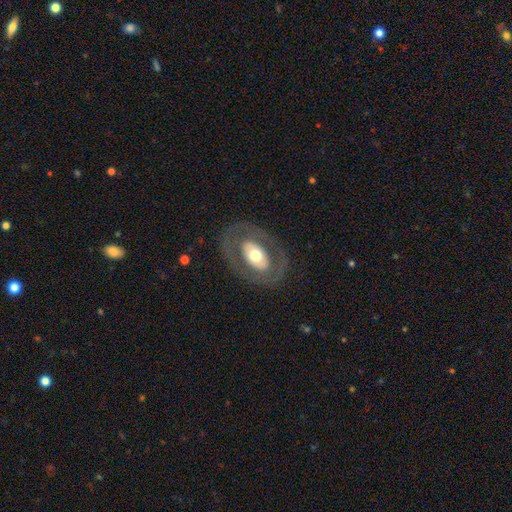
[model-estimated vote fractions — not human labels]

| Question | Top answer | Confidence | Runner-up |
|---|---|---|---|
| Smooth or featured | featured or disk | 68% | smooth (25%) |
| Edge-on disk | no | 92% | yes (8%) |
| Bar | no | 58% | weak (24%) |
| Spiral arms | no | 68% | yes (32%) |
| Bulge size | moderate | 62% | large (20%) |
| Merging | none | 80% | minor disturbance (11%) |